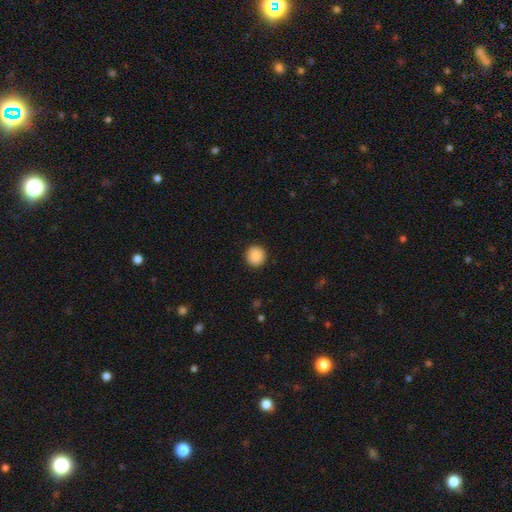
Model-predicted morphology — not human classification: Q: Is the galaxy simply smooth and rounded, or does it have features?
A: smooth — 89%.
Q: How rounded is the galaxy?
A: round — 94%.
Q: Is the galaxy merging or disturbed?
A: none — 92%.